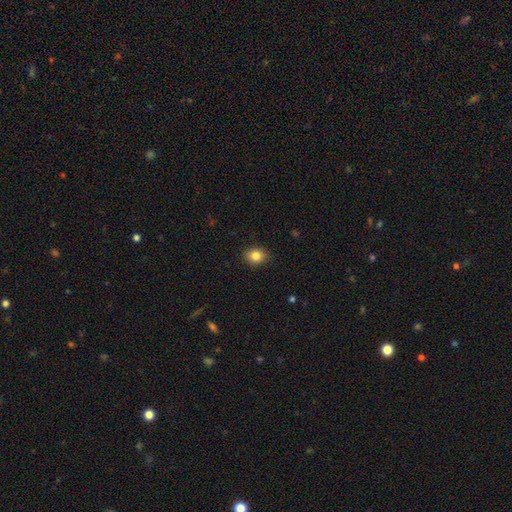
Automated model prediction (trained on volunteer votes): Smooth or featured? Predicted: smooth (p=0.84). How rounded? Predicted: in between (p=0.50). Merging? Predicted: none (p=0.87).